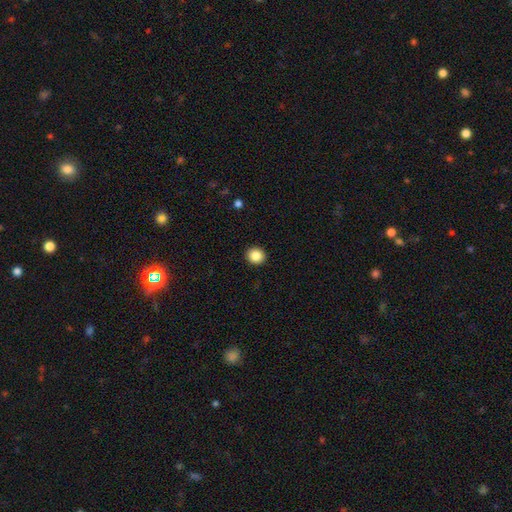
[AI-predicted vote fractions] Overall: smooth (86%). How rounded: round (87%). Merging: none (93%).